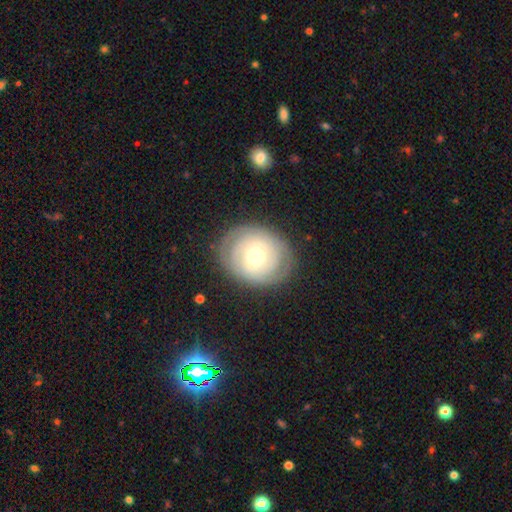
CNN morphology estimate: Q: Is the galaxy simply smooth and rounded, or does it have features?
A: featured or disk — 61%.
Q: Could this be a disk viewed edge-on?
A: no — 96%.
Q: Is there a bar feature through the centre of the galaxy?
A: no — 61%.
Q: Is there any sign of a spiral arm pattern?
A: yes — 71%.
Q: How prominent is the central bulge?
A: moderate — 66%.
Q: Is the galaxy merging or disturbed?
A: none — 80%.